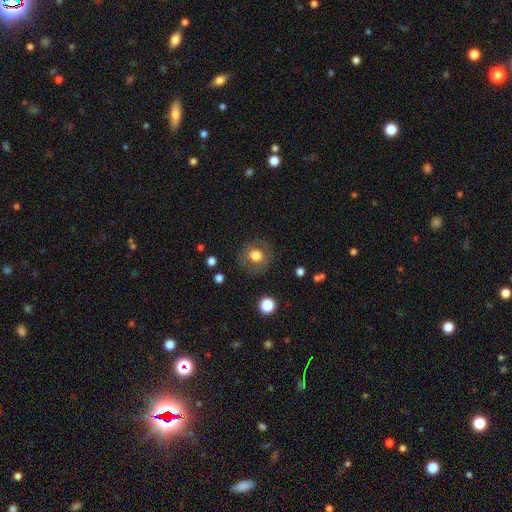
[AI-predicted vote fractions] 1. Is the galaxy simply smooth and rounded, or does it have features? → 72% smooth, 18% featured or disk, 10% star or artifact.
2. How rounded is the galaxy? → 88% round, 11% in between, 1% cigar-shaped.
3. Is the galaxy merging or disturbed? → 83% none, 11% minor disturbance, 5% major disturbance, 1% merger.